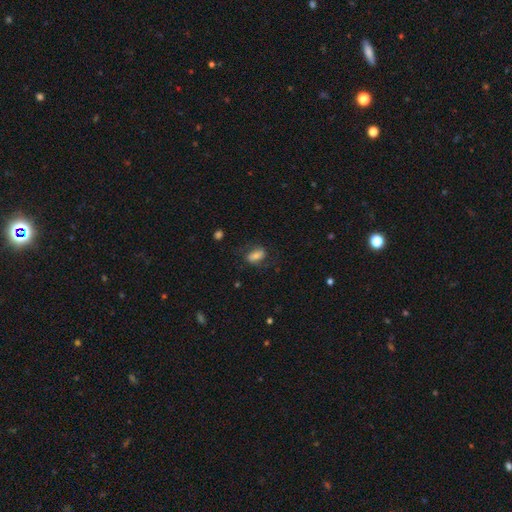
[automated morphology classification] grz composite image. It shows a smooth galaxy with no disk features (68%) that is in between round and cigar-shaped (85%). Merging: none (65%).